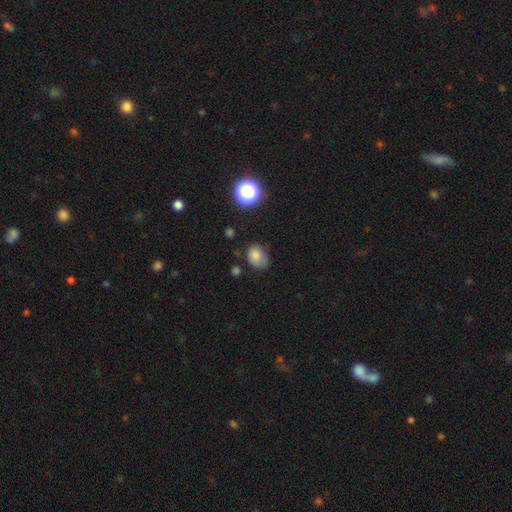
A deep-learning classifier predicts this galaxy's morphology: Q: Smooth or featured?
A: smooth (76%); runner-up: star or artifact (13%)
Q: How rounded?
A: in between (56%); runner-up: round (43%)
Q: Merging?
A: none (56%); runner-up: minor disturbance (30%)